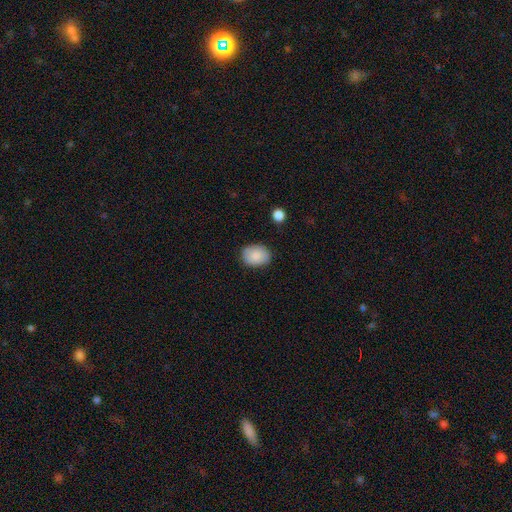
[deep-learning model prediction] Morphology: type=smooth (86%); roundness=in between (68%); merging=none (82%).